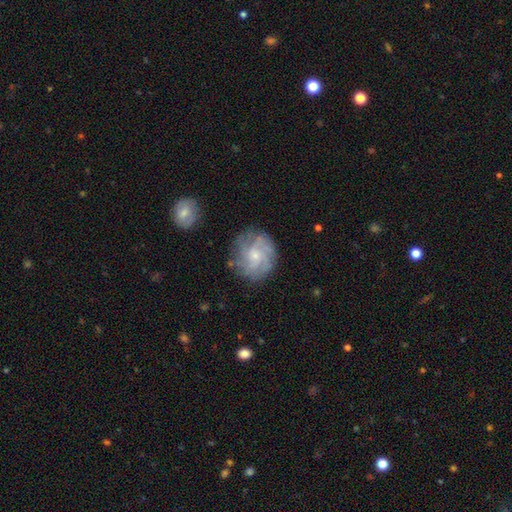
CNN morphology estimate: Q: Smooth or featured?
A: featured or disk (71%); runner-up: smooth (20%)
Q: Edge-on disk?
A: no (98%); runner-up: yes (2%)
Q: Bar?
A: no (74%); runner-up: weak (23%)
Q: Spiral arms?
A: yes (90%); runner-up: no (10%)
Q: Spiral winding?
A: tight (48%); runner-up: medium (37%)
Q: Spiral arm count?
A: can't tell (34%); runner-up: 4 (25%)
Q: Bulge size?
A: small (69%); runner-up: moderate (24%)
Q: Merging?
A: none (77%); runner-up: minor disturbance (15%)